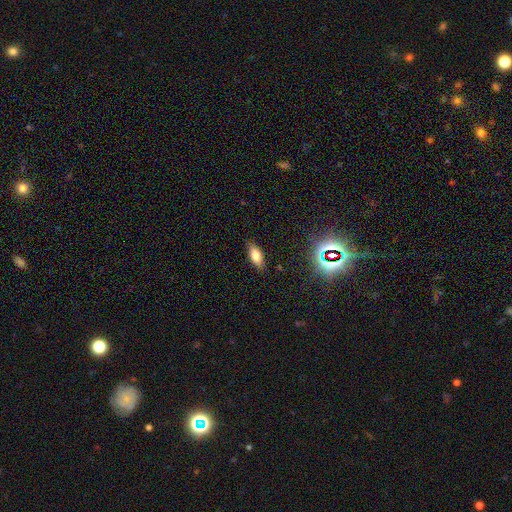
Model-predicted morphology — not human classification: This is likely a smooth galaxy (74%). How rounded: clearly in between (82%). Merging: clearly none (85%).